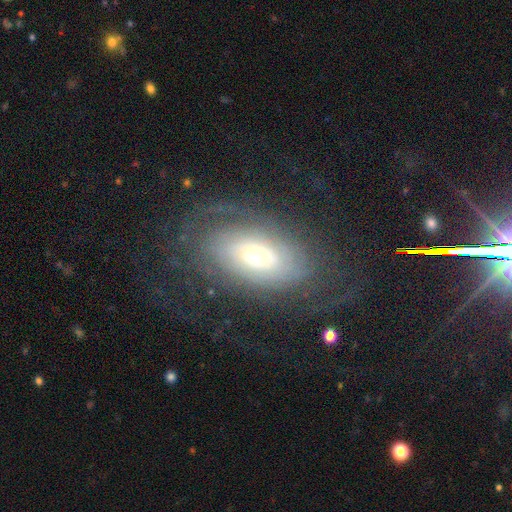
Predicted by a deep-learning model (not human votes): Smooth or featured? Predicted: featured or disk (p=0.71). Edge-on disk? Predicted: no (p=0.92). Bar? Predicted: no (p=0.71). Spiral arms? Predicted: yes (p=0.80). Spiral winding? Predicted: tight (p=0.65). Spiral arm count? Predicted: can't tell (p=0.55). Bulge size? Predicted: moderate (p=0.60). Merging? Predicted: none (p=0.68).